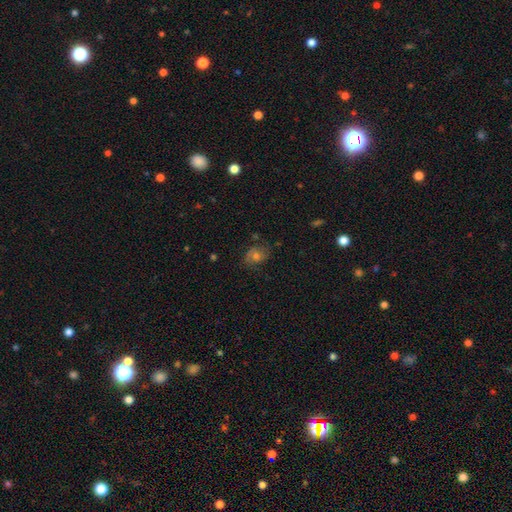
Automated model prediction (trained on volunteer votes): This appears to be a smooth galaxy with no disk features (43%). Merging: none (72%).